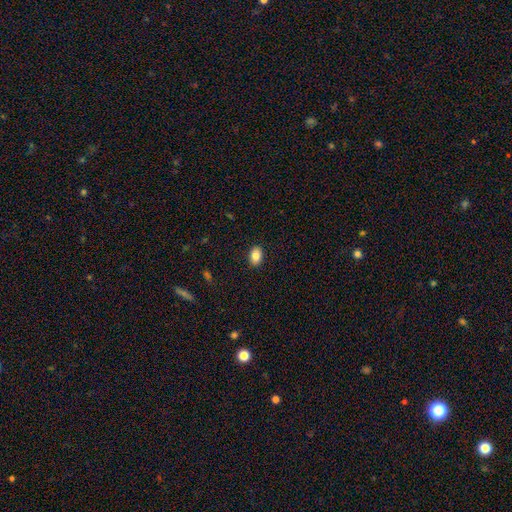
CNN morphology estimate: Smooth or featured? Predicted: smooth (p=0.86). How rounded? Predicted: in between (p=0.83). Merging? Predicted: none (p=0.90).